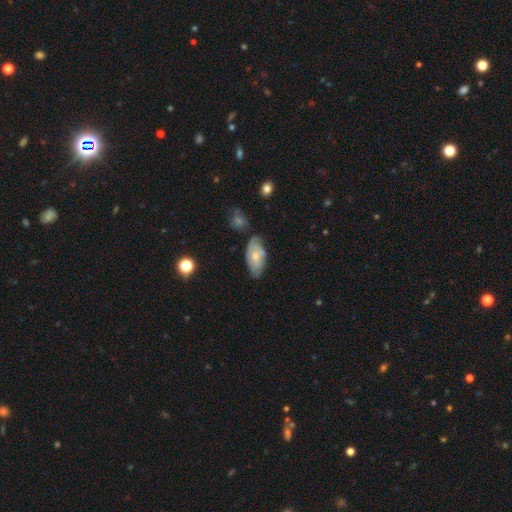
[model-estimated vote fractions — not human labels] Smooth or featured: smooth — 58% (featured or disk — 36%)
How rounded: in between — 93% (cigar-shaped — 4%)
Merging: none — 56% (minor disturbance — 30%)